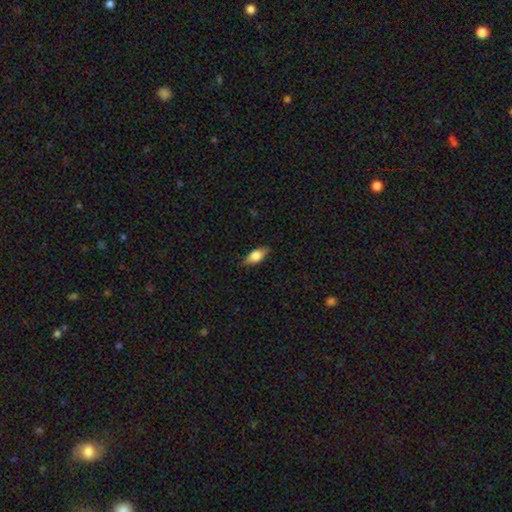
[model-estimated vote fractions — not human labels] smooth_or_featured: smooth (p=0.74) [alt: featured or disk p=0.19]
how_rounded: in between (p=0.84) [alt: cigar-shaped p=0.11]
merging: none (p=0.82) [alt: minor disturbance p=0.14]